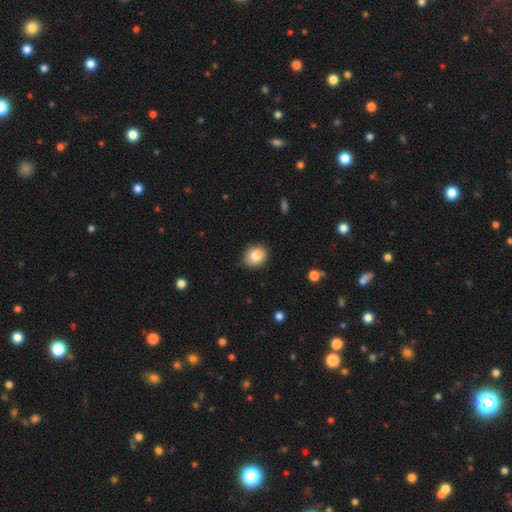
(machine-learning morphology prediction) smooth 84%, star or artifact 9%, featured or disk 7%. Down the decision tree: how rounded — round (51%); merging — none (83%).